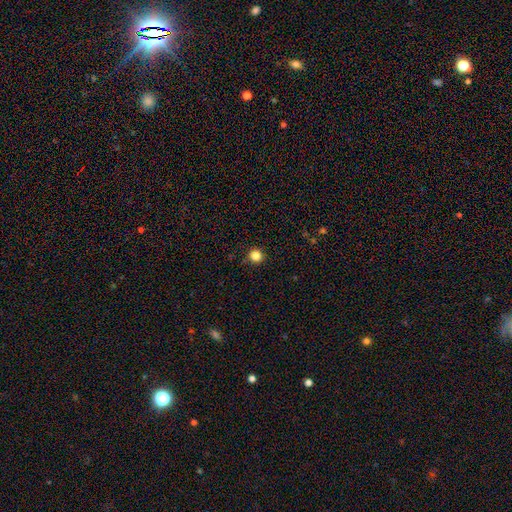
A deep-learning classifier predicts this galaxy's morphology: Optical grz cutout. It shows a smooth galaxy with no disk features (84%) that is round (94%). Merging: none (91%).